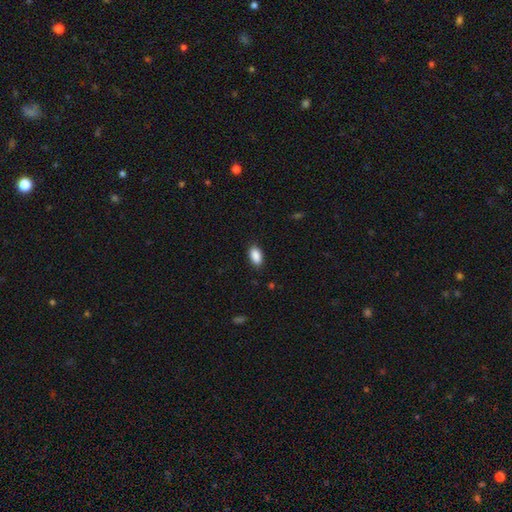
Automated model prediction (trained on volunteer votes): smooth-or-featured: smooth: 90% | star or artifact: 7% | featured or disk: 3%
  how-rounded: in between: 92% | round: 4% | cigar-shaped: 4%
  merging: none: 87% | minor disturbance: 10% | major disturbance: 2% | merger: 1%